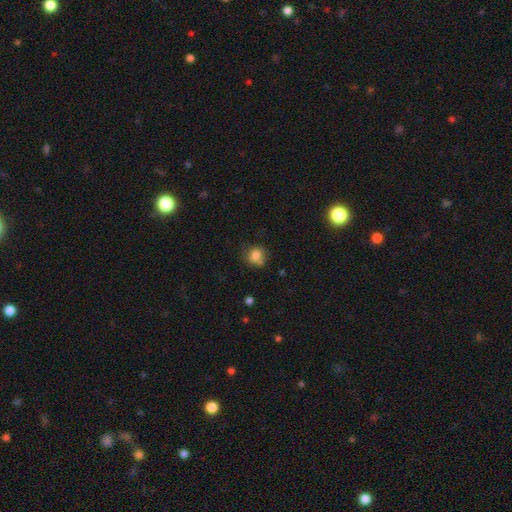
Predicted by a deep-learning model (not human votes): A smooth galaxy with no disk features (80%) that is round (76%). Merging: none (59%).